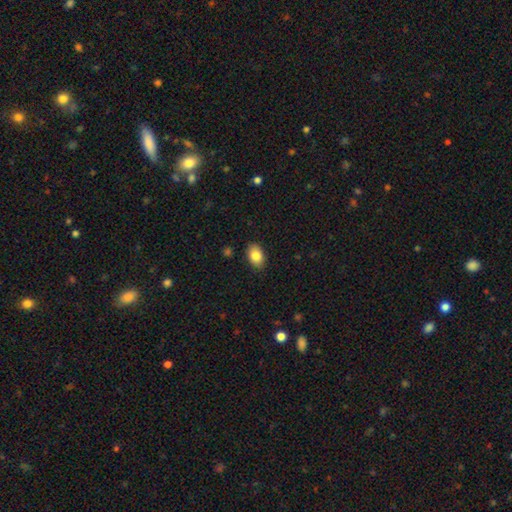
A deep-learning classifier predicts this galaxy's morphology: type=smooth (85%); roundness=in between (87%); merging=none (88%).